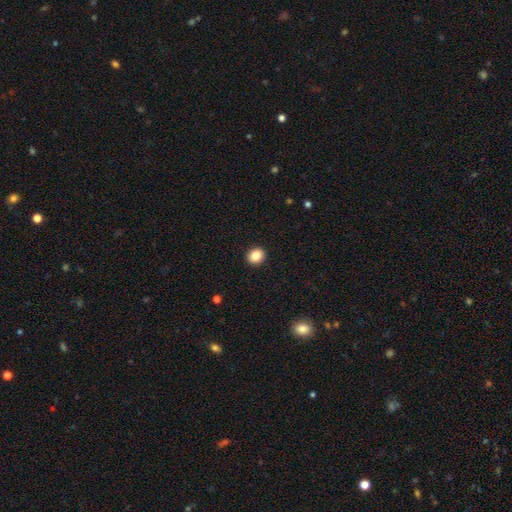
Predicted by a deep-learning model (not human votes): A smooth galaxy with no disk features (86%) that is round (73%).

Vote fractions:
- Smooth or featured? smooth: 86% / star or artifact: 9% / featured or disk: 5%
- How rounded? round: 73% / in between: 26% / cigar-shaped: 1%
- Merging? none: 93% / minor disturbance: 5% / major disturbance: 2% / merger: 1%